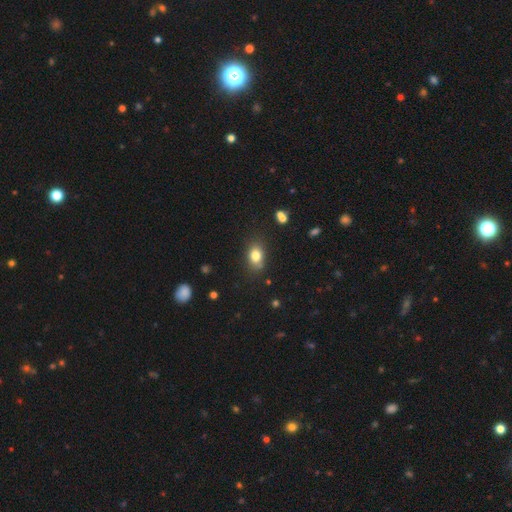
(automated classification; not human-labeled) smooth-or-featured: smooth: 80% | star or artifact: 11% | featured or disk: 9%
  how-rounded: in between: 72% | round: 26% | cigar-shaped: 2%
  merging: none: 78% | minor disturbance: 16% | major disturbance: 4% | merger: 3%